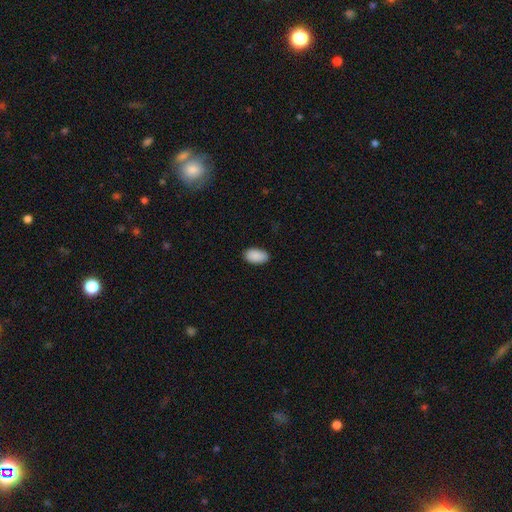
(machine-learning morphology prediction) Smooth or featured?
  - smooth: 90% *
  - star or artifact: 7%
  - featured or disk: 3%
How rounded?
  - in between: 94% *
  - round: 4%
  - cigar-shaped: 1%
Merging?
  - none: 87% *
  - minor disturbance: 10%
  - major disturbance: 2%
  - merger: 1%